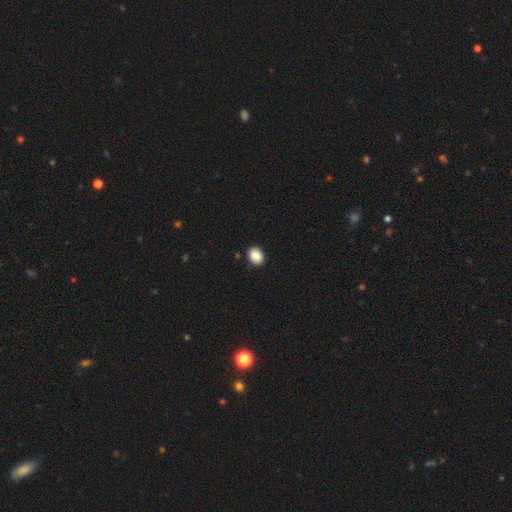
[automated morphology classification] Q: Smooth or featured?
A: smooth (88%); runner-up: star or artifact (8%)
Q: How rounded?
A: in between (52%); runner-up: round (47%)
Q: Merging?
A: none (89%); runner-up: minor disturbance (8%)